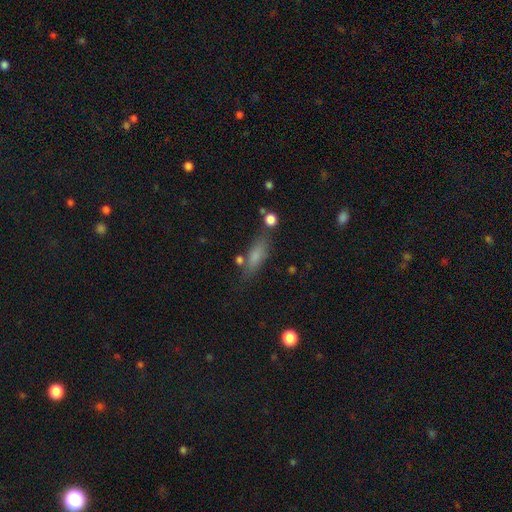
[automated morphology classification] smooth_or_featured: smooth (p=0.74) [alt: featured or disk p=0.16]
how_rounded: in between (p=0.56) [alt: cigar-shaped p=0.40]
merging: none (p=0.67) [alt: minor disturbance p=0.18]